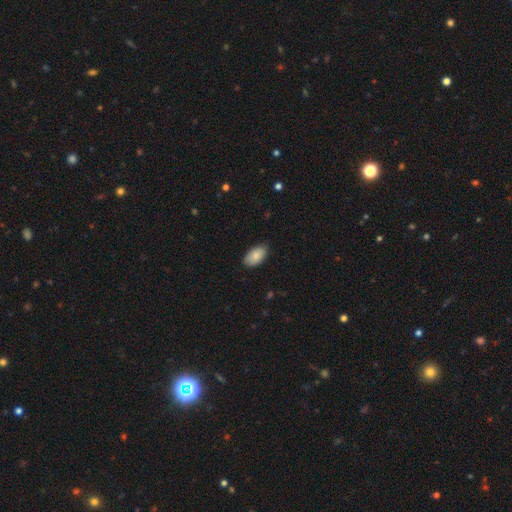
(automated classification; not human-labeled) Q: Smooth or featured?
A: smooth (86%); runner-up: featured or disk (7%)
Q: How rounded?
A: in between (95%); runner-up: round (3%)
Q: Merging?
A: none (83%); runner-up: minor disturbance (14%)